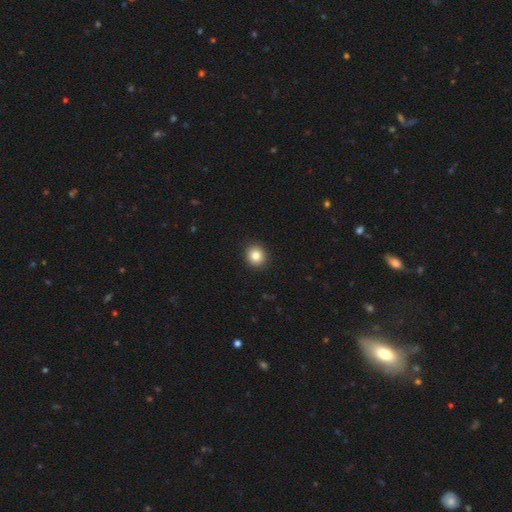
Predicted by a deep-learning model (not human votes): A smooth galaxy with no disk features (84%) that is round (88%). Merging: none (92%).